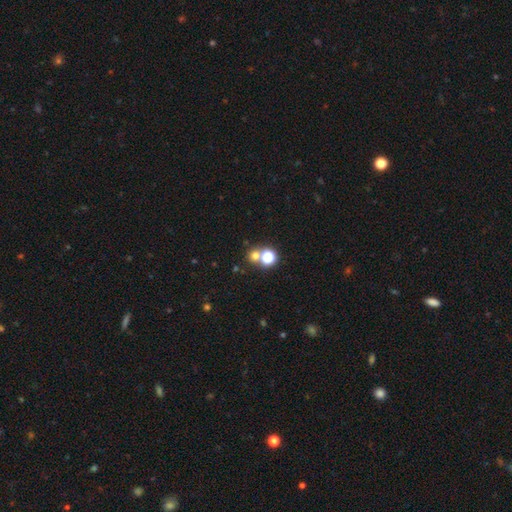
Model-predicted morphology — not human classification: Q: Smooth or featured?
A: smooth (63%); runner-up: star or artifact (28%)
Q: How rounded?
A: round (88%); runner-up: in between (11%)
Q: Merging?
A: none (61%); runner-up: merger (30%)